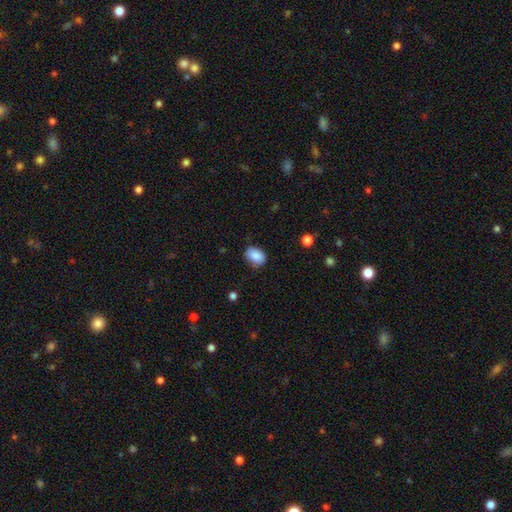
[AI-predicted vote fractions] smooth-or-featured: smooth: 87% | star or artifact: 8% | featured or disk: 6%
  how-rounded: in between: 73% | round: 26% | cigar-shaped: 1%
  merging: none: 76% | minor disturbance: 19% | major disturbance: 3% | merger: 1%